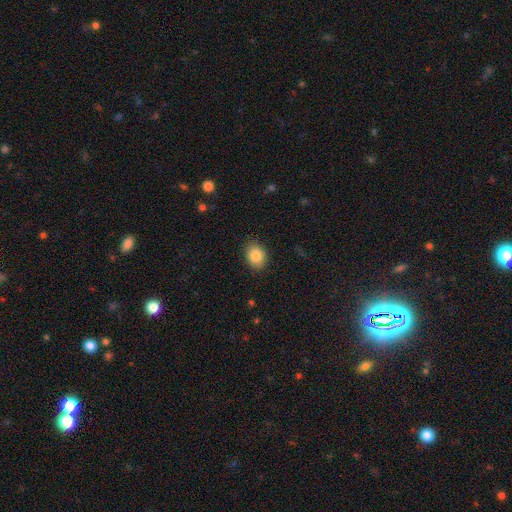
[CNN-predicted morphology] Smooth or featured?
  - smooth: 86% *
  - star or artifact: 8%
  - featured or disk: 5%
How rounded?
  - in between: 61% *
  - round: 38%
  - cigar-shaped: 1%
Merging?
  - none: 86% *
  - minor disturbance: 10%
  - major disturbance: 3%
  - merger: 1%